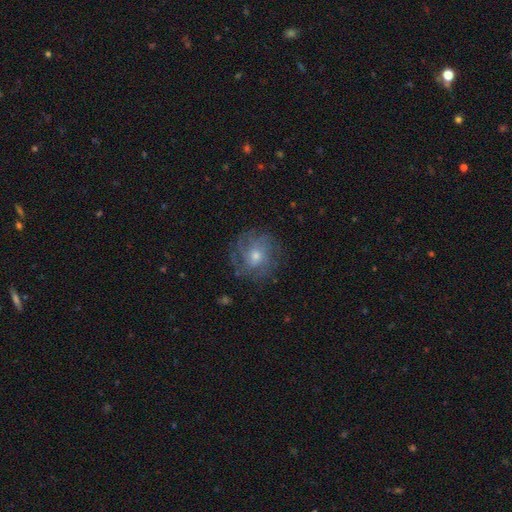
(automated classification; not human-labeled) Smooth or featured?
  - featured or disk: 66% *
  - smooth: 23%
  - star or artifact: 11%
Edge-on disk?
  - no: 97% *
  - yes: 3%
Bar?
  - no: 76% *
  - weak: 21%
  - strong: 3%
Spiral arms?
  - yes: 86% *
  - no: 14%
Spiral winding?
  - tight: 59% *
  - medium: 31%
  - loose: 10%
Spiral arm count?
  - can't tell: 45% *
  - 3: 17%
  - 4: 14%
  - 2: 12%
  - more than 4: 7%
  - 1: 6%
Bulge size?
  - moderate: 55% *
  - small: 39%
  - large: 4%
  - none: 2%
  - dominant: 1%
Merging?
  - none: 78% *
  - minor disturbance: 14%
  - major disturbance: 7%
  - merger: 1%